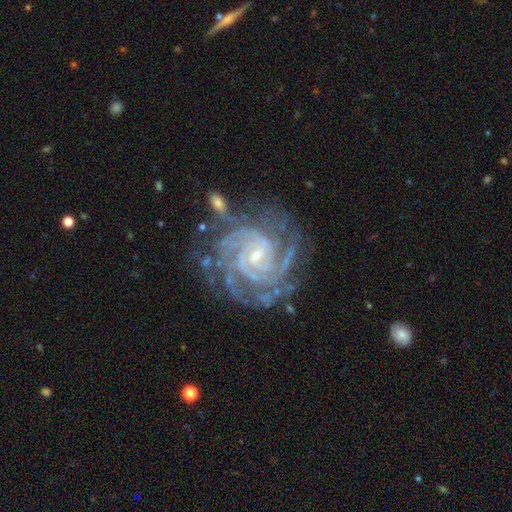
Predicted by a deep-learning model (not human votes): A featured or disk galaxy (93%) with a weak bar (45%), 4 (30%) tight (76%) spiral arms (99%) and a small central bulge (75%). Merging: none (68%).